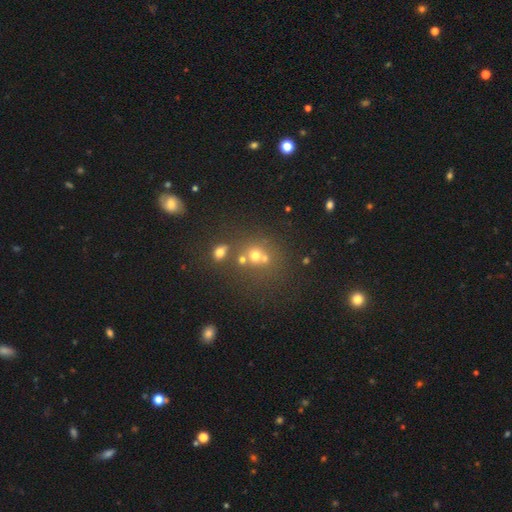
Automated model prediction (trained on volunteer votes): Smooth or featured?
  - smooth: 58% *
  - star or artifact: 24%
  - featured or disk: 17%
How rounded?
  - round: 77% *
  - in between: 21%
  - cigar-shaped: 1%
Merging?
  - none: 47% *
  - merger: 38%
  - minor disturbance: 10%
  - major disturbance: 6%